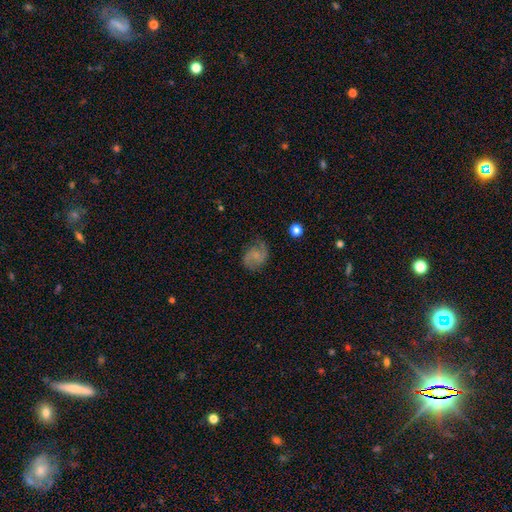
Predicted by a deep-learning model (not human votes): This appears to be a featured or disk galaxy (64%) with no bar (56%), 2 (85%) medium (48%) spiral arms (93%) and a small central bulge (43%). Merging: none (70%).